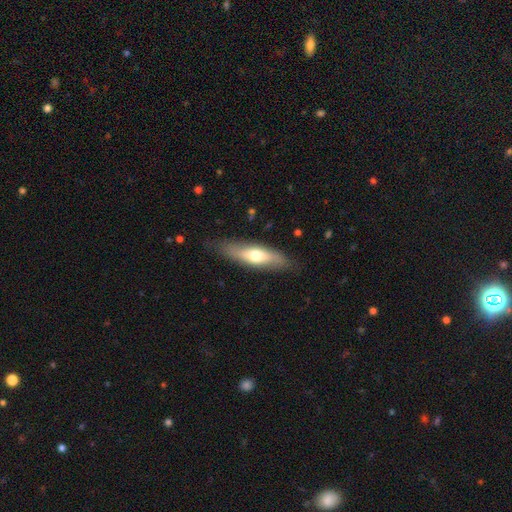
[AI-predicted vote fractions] Q: Smooth or featured?
A: smooth (56%); runner-up: featured or disk (38%)
Q: How rounded?
A: cigar-shaped (53%); runner-up: in between (45%)
Q: Merging?
A: none (81%); runner-up: minor disturbance (15%)